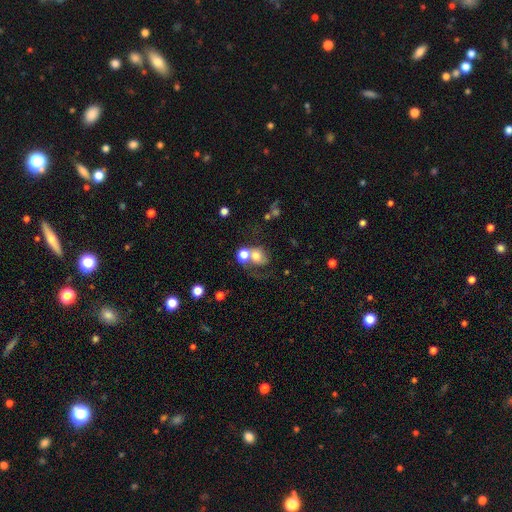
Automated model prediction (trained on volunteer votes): smooth 59%, featured or disk 28%, star or artifact 13%. Down the decision tree: how rounded — round (64%); merging — merger (42%).